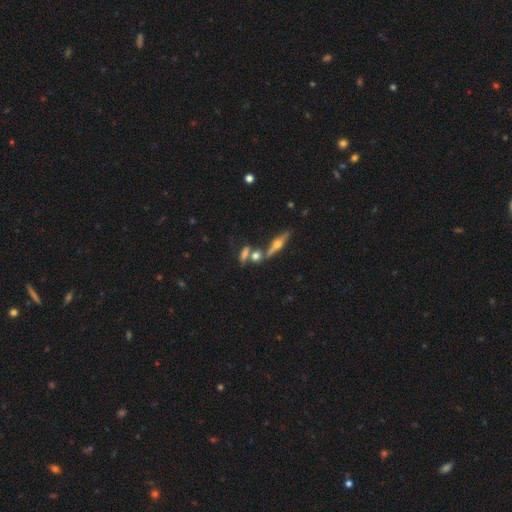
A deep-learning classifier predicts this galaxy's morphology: smooth-or-featured: featured or disk: 53% | smooth: 35% | star or artifact: 13%
  disk-edge-on: yes: 87% | no: 13%
  merging: none: 62% | merger: 23% | minor disturbance: 11% | major disturbance: 4%